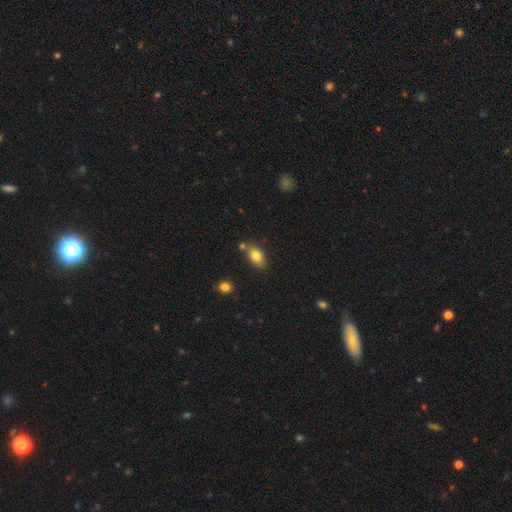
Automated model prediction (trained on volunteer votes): Overall: smooth (81%). How rounded: in between (87%). Merging: none (67%).